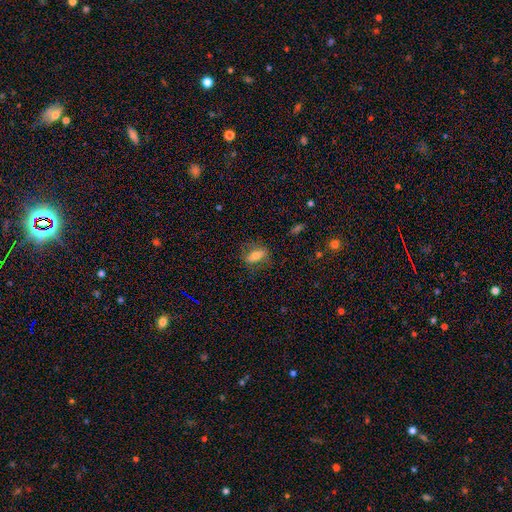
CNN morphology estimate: type=smooth (63%); roundness=in between (75%); merging=none (76%).